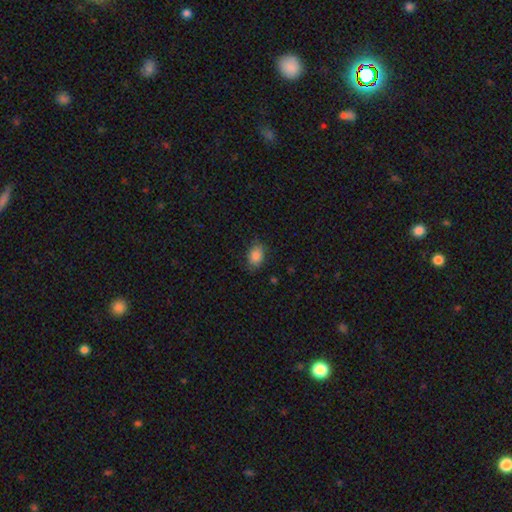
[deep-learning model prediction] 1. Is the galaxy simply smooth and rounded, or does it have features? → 87% smooth, 9% star or artifact, 5% featured or disk.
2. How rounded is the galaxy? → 77% in between, 22% round, 1% cigar-shaped.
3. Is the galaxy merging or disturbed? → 78% none, 17% minor disturbance, 4% major disturbance, 1% merger.